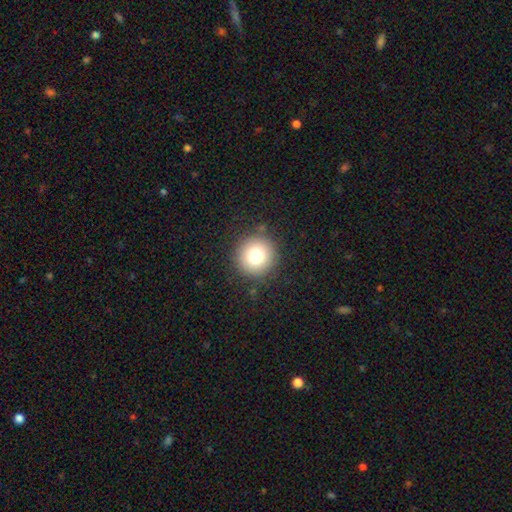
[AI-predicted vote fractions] Smooth or featured?
  - smooth: 77% *
  - star or artifact: 13%
  - featured or disk: 10%
How rounded?
  - round: 95% *
  - in between: 4%
  - cigar-shaped: 1%
Merging?
  - none: 89% *
  - minor disturbance: 7%
  - major disturbance: 3%
  - merger: 1%